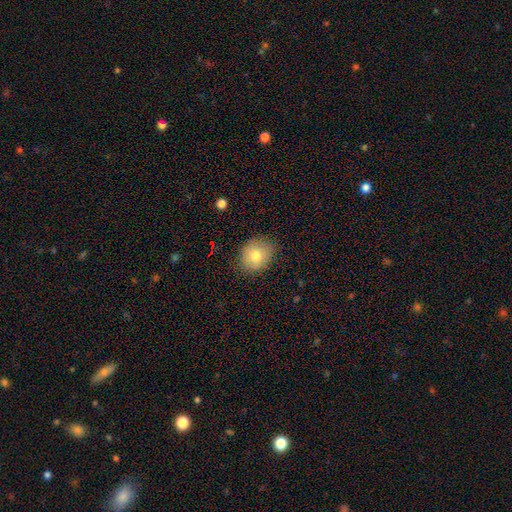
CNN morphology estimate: Smooth or featured? smooth (78%)
How rounded? round (60%)
Merging? none (83%)